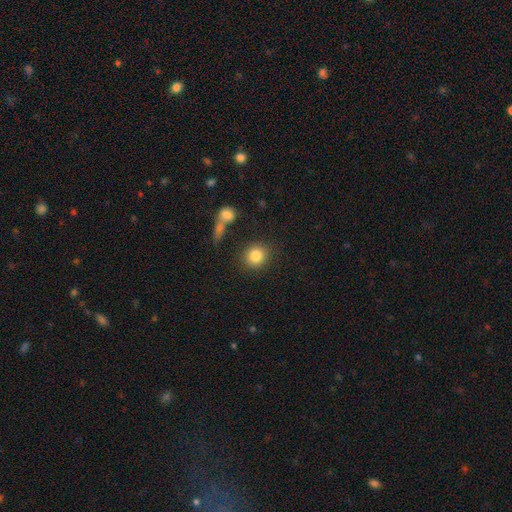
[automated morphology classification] This is clearly a smooth galaxy (84%). How rounded: clearly round (83%). Merging: clearly none (81%).